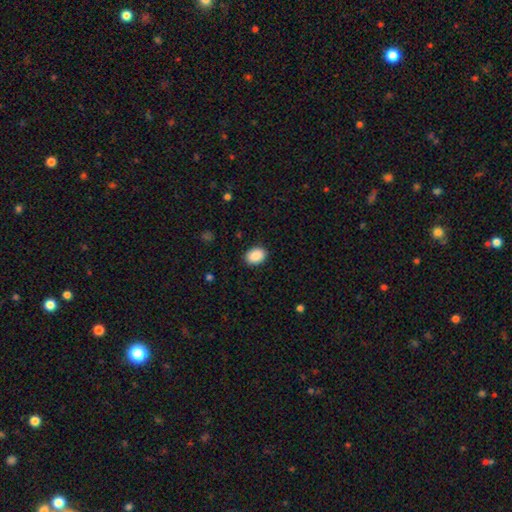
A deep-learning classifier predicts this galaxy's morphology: smooth-or-featured: smooth: 90% | star or artifact: 7% | featured or disk: 3%
  how-rounded: in between: 72% | round: 27% | cigar-shaped: 1%
  merging: none: 89% | minor disturbance: 8% | major disturbance: 2% | merger: 1%